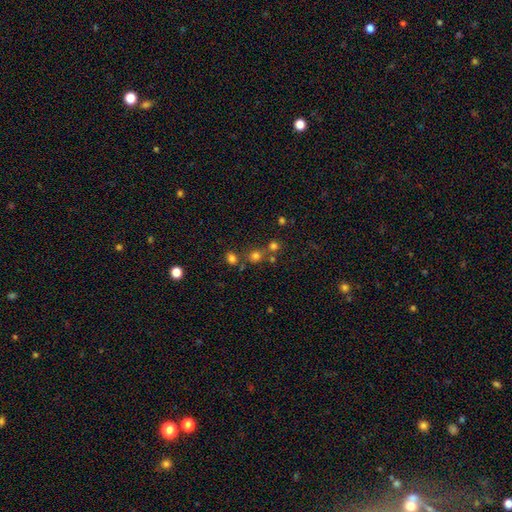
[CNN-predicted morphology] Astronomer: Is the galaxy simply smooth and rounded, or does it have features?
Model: smooth — 64%.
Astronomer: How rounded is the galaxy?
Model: round — 82%.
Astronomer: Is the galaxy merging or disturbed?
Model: none — 65%.